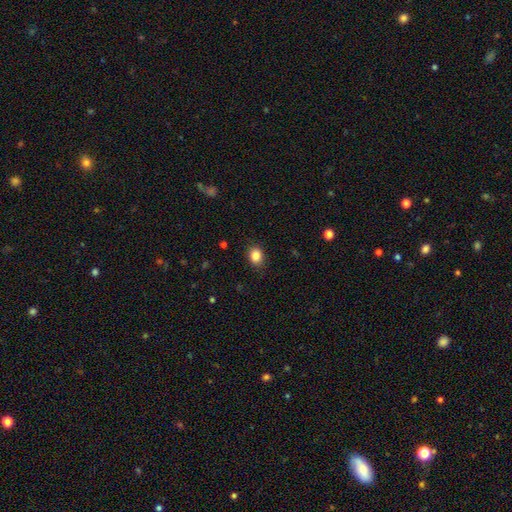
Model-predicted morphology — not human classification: smooth-or-featured: smooth: 86% | star or artifact: 10% | featured or disk: 4%
  how-rounded: in between: 50% | round: 49% | cigar-shaped: 1%
  merging: none: 87% | minor disturbance: 10% | major disturbance: 2% | merger: 1%